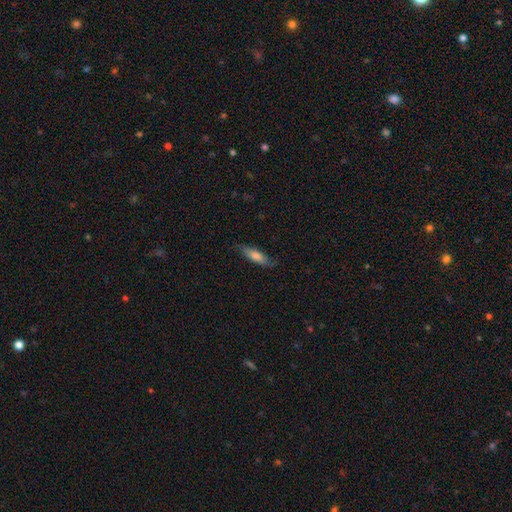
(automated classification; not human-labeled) A smooth galaxy with no disk features (70%) that is cigar-shaped (54%). Merging: none (75%).